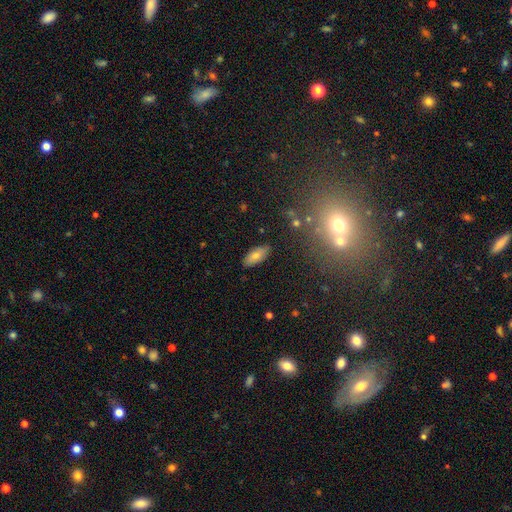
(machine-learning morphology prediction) Smooth or featured? smooth (74%)
How rounded? in between (86%)
Merging? none (85%)